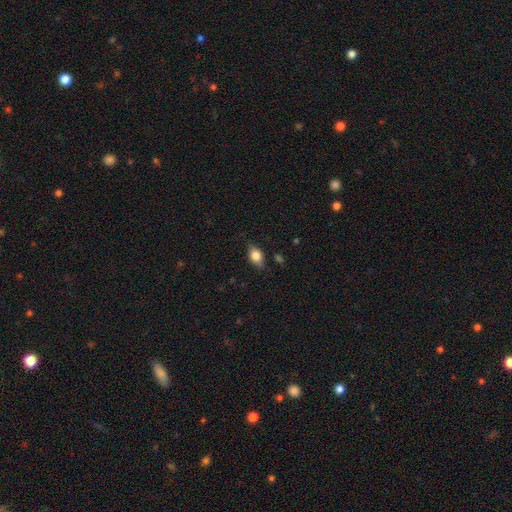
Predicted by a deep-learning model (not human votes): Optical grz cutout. It shows a smooth galaxy with no disk features (78%) that is in between round and cigar-shaped (83%). Merging: none (77%).